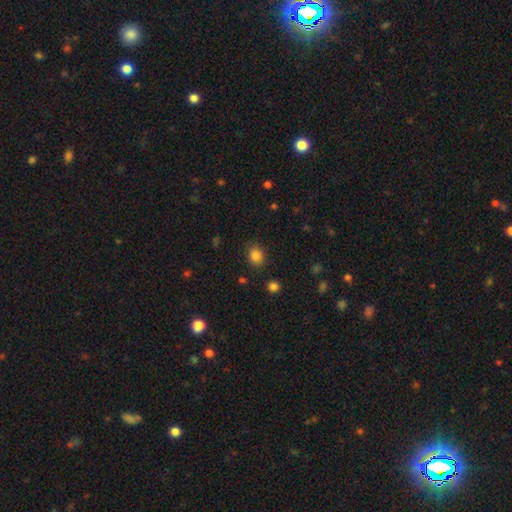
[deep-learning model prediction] A smooth galaxy with no disk features (84%) that is round (57%).

Vote fractions:
- Smooth or featured? smooth: 84% / star or artifact: 12% / featured or disk: 4%
- How rounded? round: 57% / in between: 42% / cigar-shaped: 1%
- Merging? none: 82% / minor disturbance: 12% / major disturbance: 4% / merger: 2%